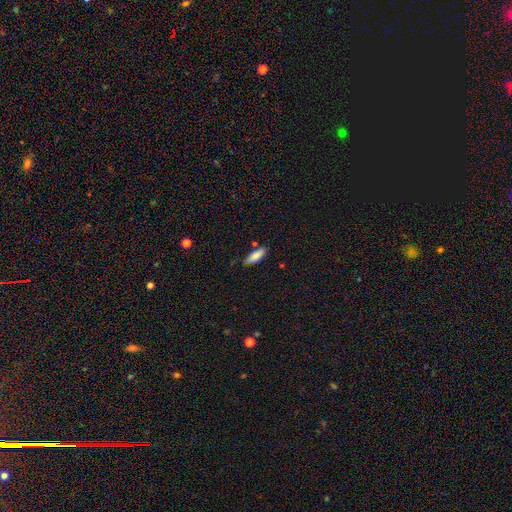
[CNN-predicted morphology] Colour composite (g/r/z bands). It shows a smooth galaxy with no disk features (85%) that is in between round and cigar-shaped (65%). Merging: none (70%).